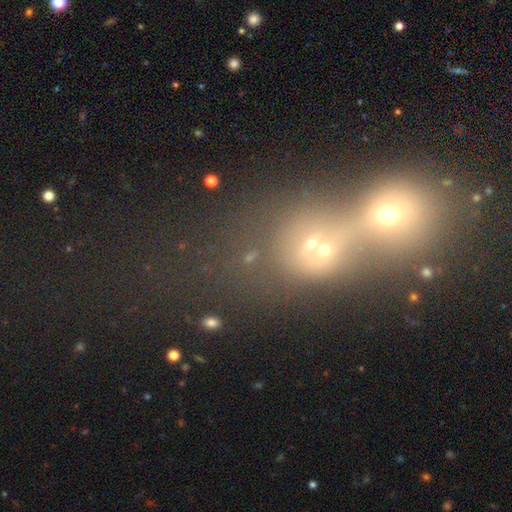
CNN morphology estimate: Overall: smooth (47%; star or artifact 34%). Merging: merger (76%).